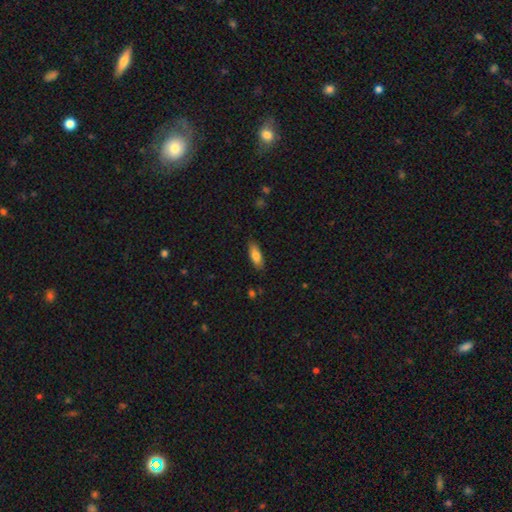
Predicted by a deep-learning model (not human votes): A smooth galaxy with no disk features (80%) that is in between round and cigar-shaped (69%).

Vote fractions:
- Smooth or featured? smooth: 80% / featured or disk: 14% / star or artifact: 7%
- How rounded? in between: 69% / cigar-shaped: 29% / round: 2%
- Merging? none: 82% / minor disturbance: 14% / major disturbance: 3% / merger: 1%